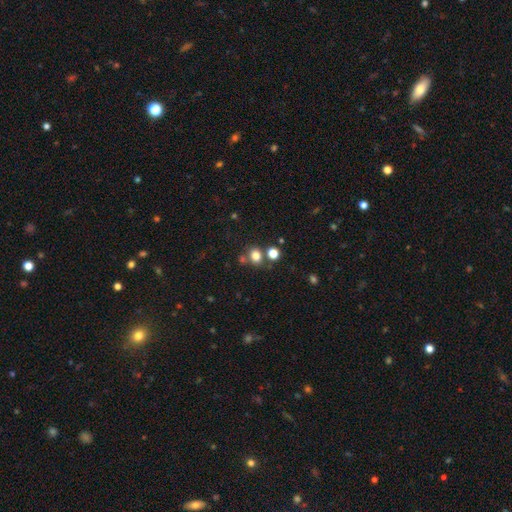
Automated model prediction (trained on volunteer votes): smooth 78%, star or artifact 15%, featured or disk 6%. Down the decision tree: how rounded — round (60%); merging — none (66%).